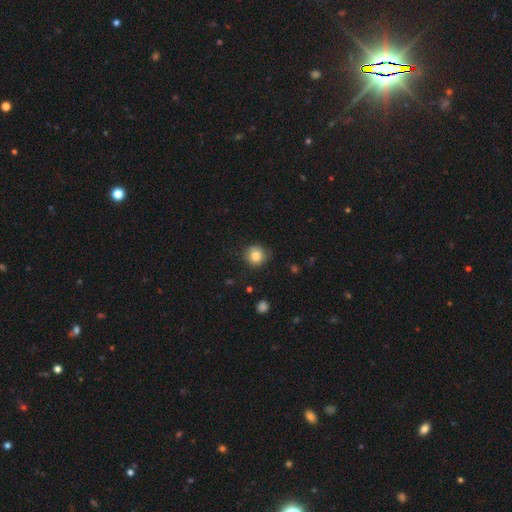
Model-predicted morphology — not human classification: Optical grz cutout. It shows a smooth galaxy with no disk features (83%) that is round (90%). Merging: none (78%).